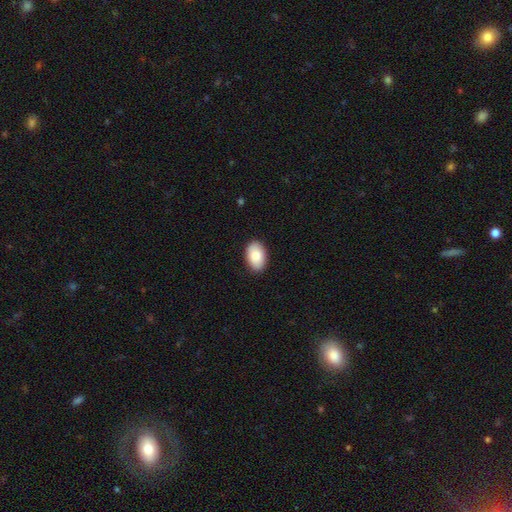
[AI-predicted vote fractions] The model was most divided on "merging": none: 88%, minor disturbance: 9%, major disturbance: 2%, merger: 1%. More confident: how rounded — in between (92%); smooth or featured — smooth (87%).